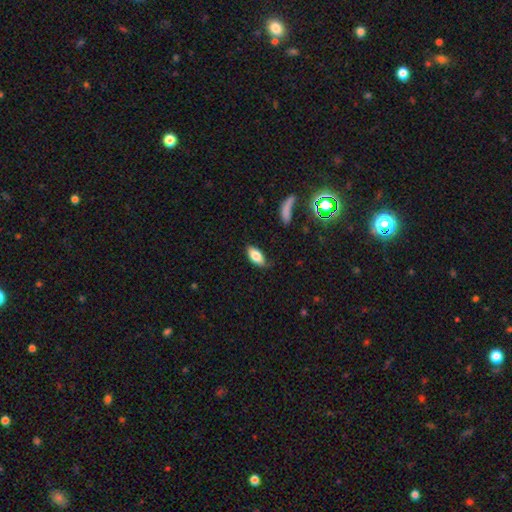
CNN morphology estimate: Q: Smooth or featured?
A: smooth (81%); runner-up: featured or disk (12%)
Q: How rounded?
A: in between (90%); runner-up: cigar-shaped (7%)
Q: Merging?
A: none (74%); runner-up: minor disturbance (20%)